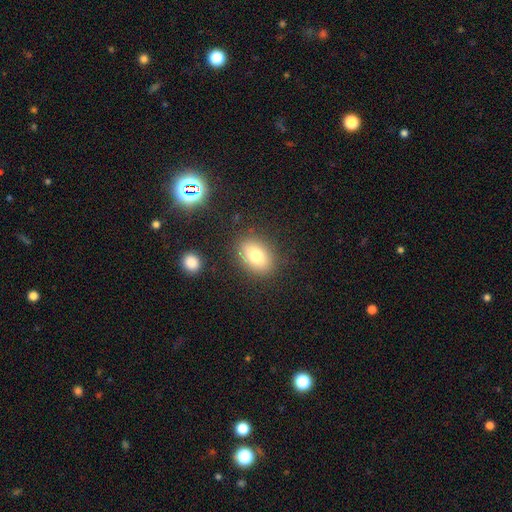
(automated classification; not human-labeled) smooth 76%, featured or disk 13%, star or artifact 11%. Down the decision tree: how rounded — in between (77%); merging — none (83%).